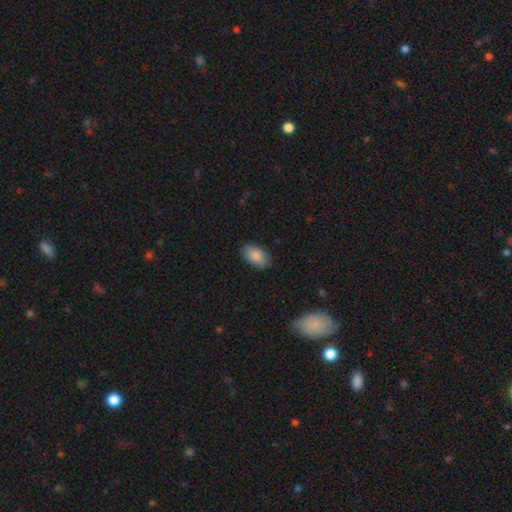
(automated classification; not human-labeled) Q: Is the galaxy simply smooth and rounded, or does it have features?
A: smooth — 88%.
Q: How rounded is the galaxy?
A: in between — 94%.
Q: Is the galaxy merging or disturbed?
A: none — 87%.